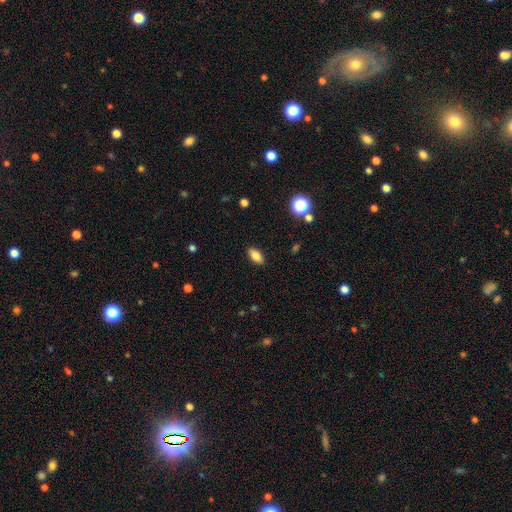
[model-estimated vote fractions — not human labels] Q: Smooth or featured?
A: smooth (83%); runner-up: star or artifact (9%)
Q: How rounded?
A: in between (89%); runner-up: cigar-shaped (6%)
Q: Merging?
A: none (88%); runner-up: minor disturbance (8%)